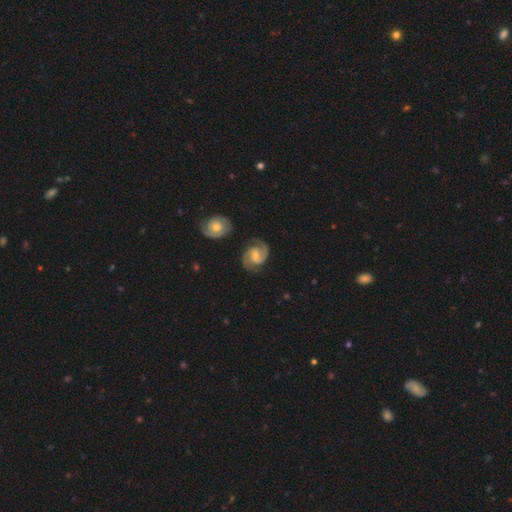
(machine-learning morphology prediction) The model was most divided on "bar": weak: 48%, no: 39%, strong: 13%. More confident: edge-on disk — no (98%); spiral arms — yes (97%); spiral arm count — 2 (91%); smooth or featured — featured or disk (86%); merging — none (76%); spiral winding — medium (54%); bulge size — moderate (53%).